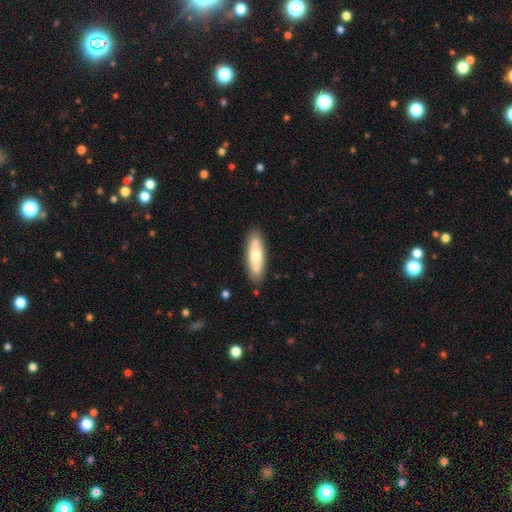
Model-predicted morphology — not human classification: This is likely a smooth galaxy (66%). How rounded: possibly cigar-shaped (51%). Merging: clearly none (86%).